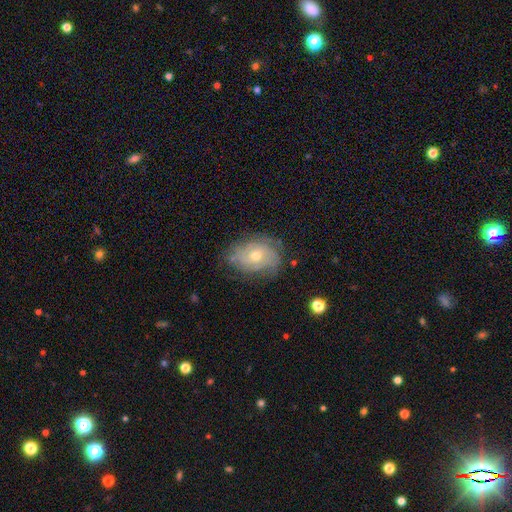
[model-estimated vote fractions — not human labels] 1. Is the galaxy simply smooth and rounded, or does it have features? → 67% featured or disk, 25% smooth, 8% star or artifact.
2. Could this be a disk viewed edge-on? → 96% no, 4% yes.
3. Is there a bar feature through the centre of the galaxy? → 81% no, 17% weak, 3% strong.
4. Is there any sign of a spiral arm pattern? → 79% yes, 21% no.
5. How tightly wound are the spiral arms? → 59% tight, 29% medium, 11% loose.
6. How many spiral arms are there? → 50% can't tell, 21% 2, 14% 3, 6% 4, 5% 1, 4% more than 4.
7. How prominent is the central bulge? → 53% moderate, 44% small, 2% large, 1% none, 1% dominant.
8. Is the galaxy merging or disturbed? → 66% none, 23% minor disturbance, 8% major disturbance, 2% merger.